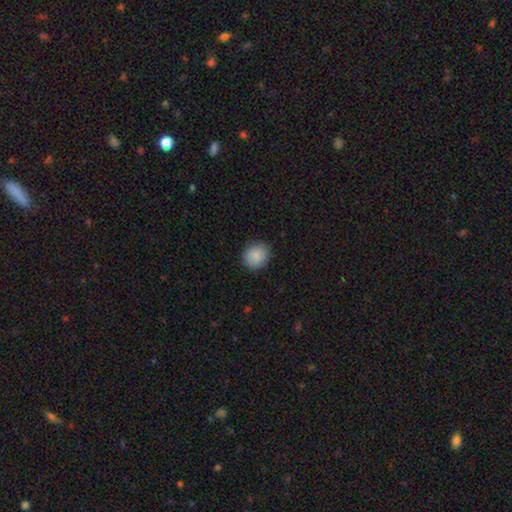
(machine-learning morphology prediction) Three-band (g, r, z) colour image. It shows a smooth galaxy with no disk features (88%) that is round (67%). Merging: none (87%).